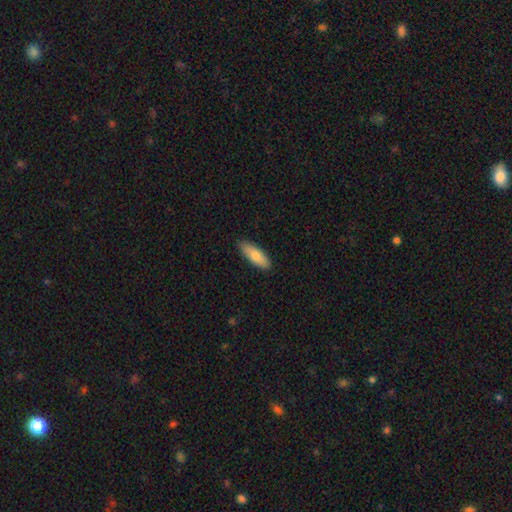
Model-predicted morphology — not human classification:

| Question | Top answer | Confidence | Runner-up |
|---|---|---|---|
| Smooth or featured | smooth | 76% | featured or disk (19%) |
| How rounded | in between | 65% | cigar-shaped (33%) |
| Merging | none | 89% | minor disturbance (9%) |